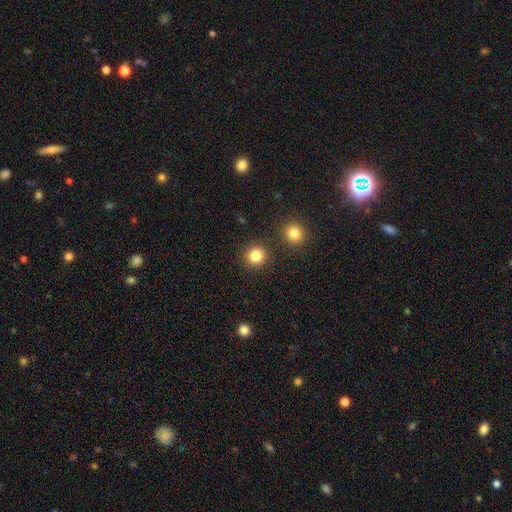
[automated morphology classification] smooth_or_featured: smooth (p=0.84) [alt: star or artifact p=0.11]
how_rounded: round (p=0.92) [alt: in between p=0.07]
merging: none (p=0.88) [alt: minor disturbance p=0.06]